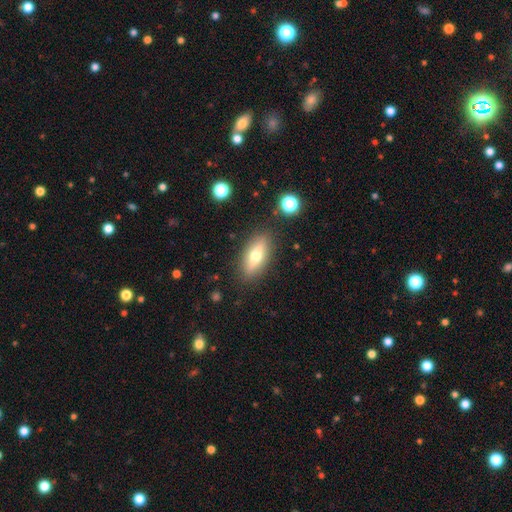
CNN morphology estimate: The model was most divided on "smooth or featured": smooth: 56%, featured or disk: 36%, star or artifact: 8%. More confident: merging — none (85%); how rounded — in between (66%).